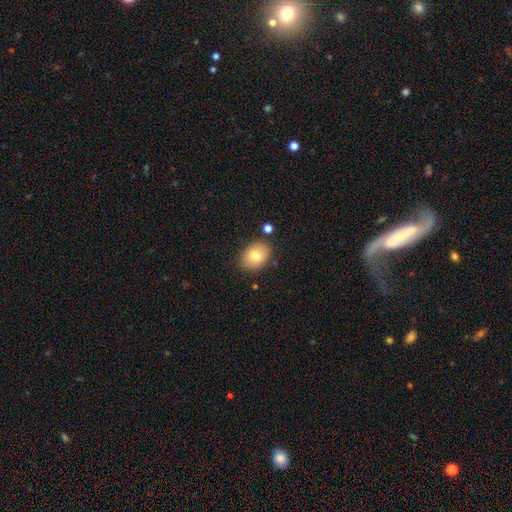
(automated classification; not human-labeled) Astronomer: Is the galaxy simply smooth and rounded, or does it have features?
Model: smooth — 79%.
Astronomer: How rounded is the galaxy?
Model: in between — 69%.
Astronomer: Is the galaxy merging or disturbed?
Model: none — 82%.